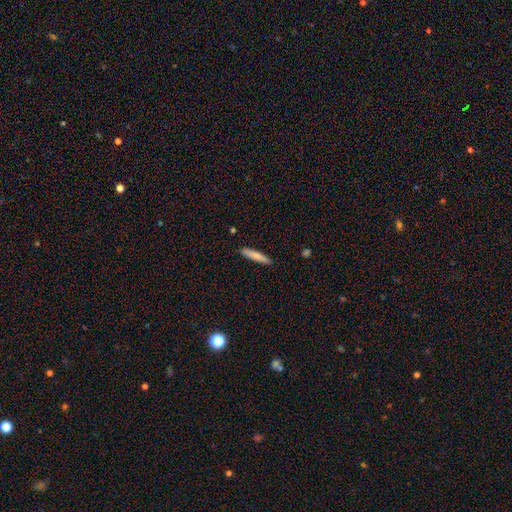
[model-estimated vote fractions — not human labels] Smooth or featured? Predicted: smooth (p=0.81). How rounded? Predicted: cigar-shaped (p=0.91). Merging? Predicted: none (p=0.89).